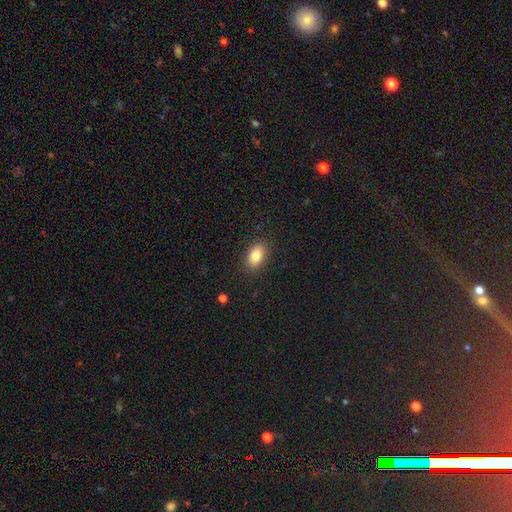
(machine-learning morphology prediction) This is clearly a smooth galaxy (83%). How rounded: clearly in between (88%). Merging: clearly none (88%).